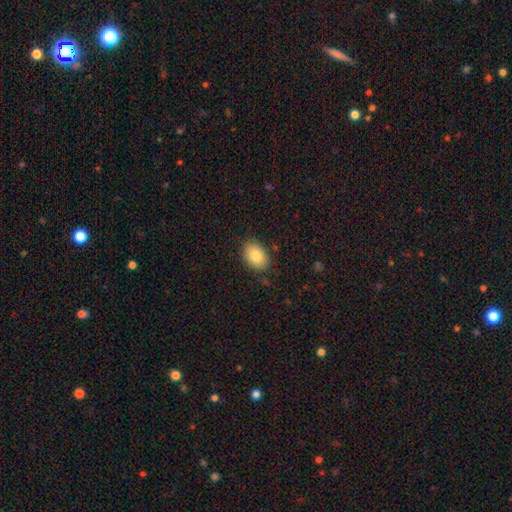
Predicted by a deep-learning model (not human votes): Smooth or featured? smooth (83%)
How rounded? in between (81%)
Merging? none (84%)